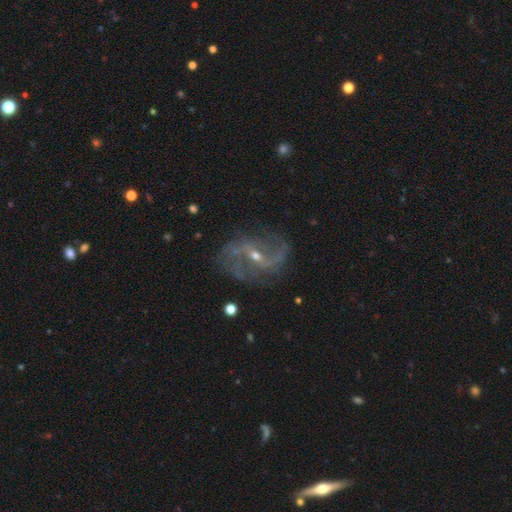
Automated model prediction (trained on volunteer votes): smooth-or-featured: featured or disk: 84% | star or artifact: 11% | smooth: 6%
  disk-edge-on: no: 97% | yes: 3%
    bar: weak: 47% | no: 31% | strong: 23%
    has-spiral-arms: yes: 95% | no: 5%
      spiral-winding: loose: 48% | medium: 38% | tight: 14%
      spiral-arm-count: 2: 74% | can't tell: 8% | 3: 7% | 1: 4% | 4: 4% | more than 4: 3%
    bulge-size: small: 62% | moderate: 34% | none: 2% | large: 1% | dominant: 1%
  merging: none: 77% | minor disturbance: 13% | major disturbance: 8% | merger: 2%